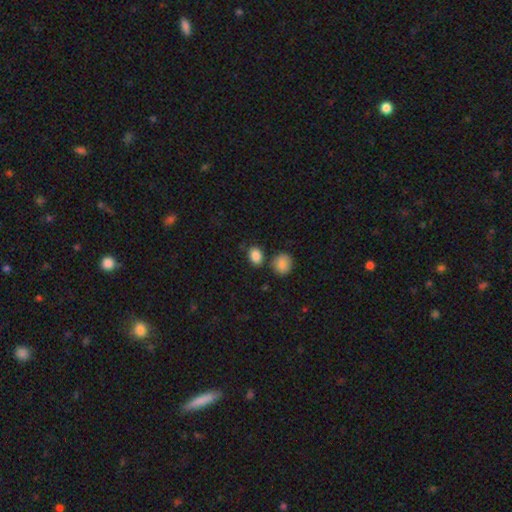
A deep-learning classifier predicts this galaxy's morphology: Smooth or featured?
  - smooth: 87% *
  - star or artifact: 9%
  - featured or disk: 4%
How rounded?
  - in between: 70% *
  - round: 29%
  - cigar-shaped: 1%
Merging?
  - none: 72% *
  - minor disturbance: 13%
  - merger: 12%
  - major disturbance: 3%